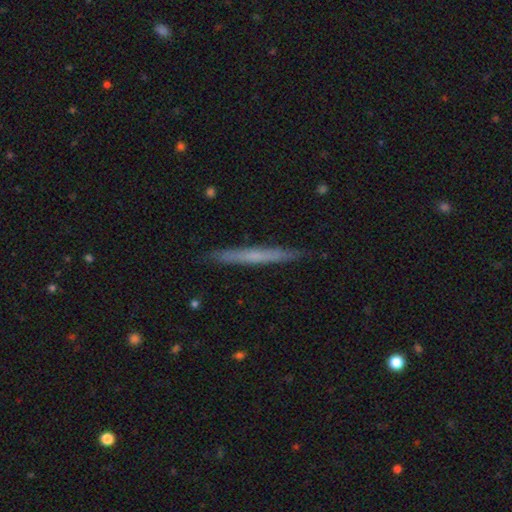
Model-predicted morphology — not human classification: smooth_or_featured: featured or disk (p=0.49) [alt: smooth p=0.46]
merging: none (p=0.91) [alt: minor disturbance p=0.07]